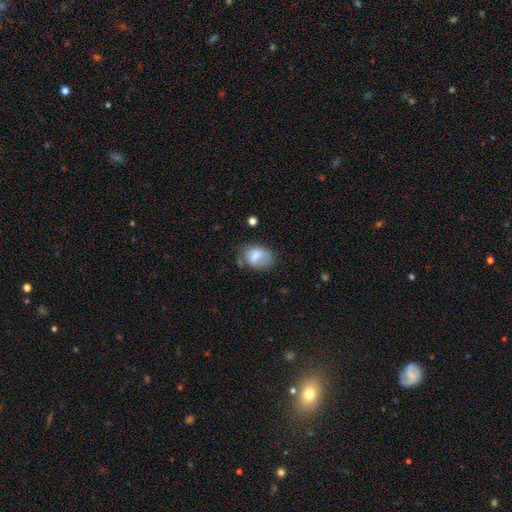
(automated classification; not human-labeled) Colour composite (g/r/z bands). It shows a smooth galaxy with no disk features (70%) that is in between round and cigar-shaped (77%). Merging: none (49%).